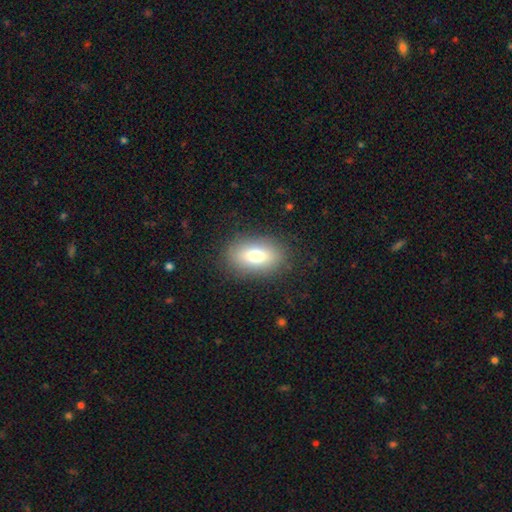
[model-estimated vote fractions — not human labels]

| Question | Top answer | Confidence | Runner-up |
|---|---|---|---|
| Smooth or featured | smooth | 75% | featured or disk (15%) |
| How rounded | in between | 85% | round (12%) |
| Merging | none | 86% | minor disturbance (10%) |